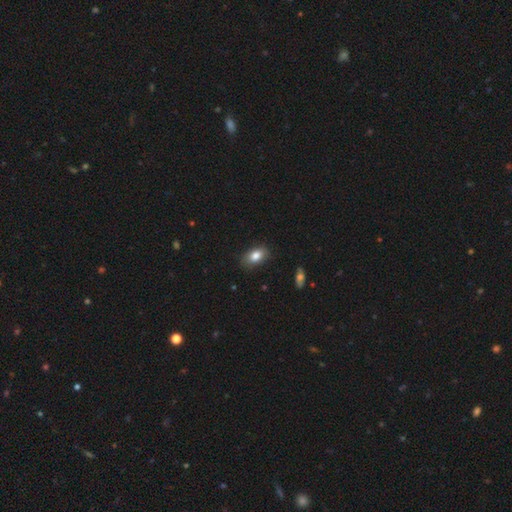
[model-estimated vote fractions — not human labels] smooth 83%, featured or disk 9%, star or artifact 8%. Down the decision tree: how rounded — in between (88%); merging — none (82%).